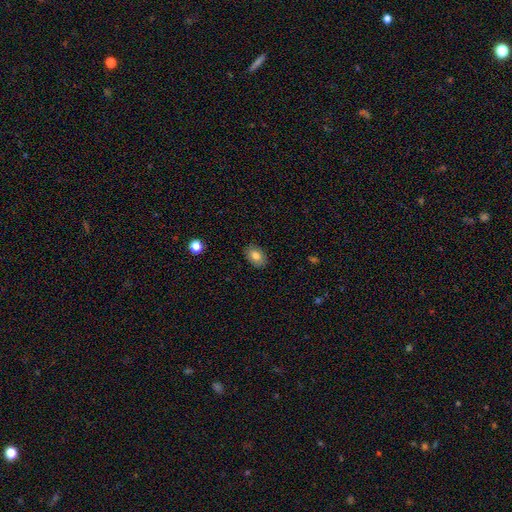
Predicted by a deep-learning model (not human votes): smooth_or_featured: smooth (p=0.80) [alt: featured or disk p=0.11]
how_rounded: in between (p=0.77) [alt: round p=0.22]
merging: none (p=0.88) [alt: minor disturbance p=0.09]